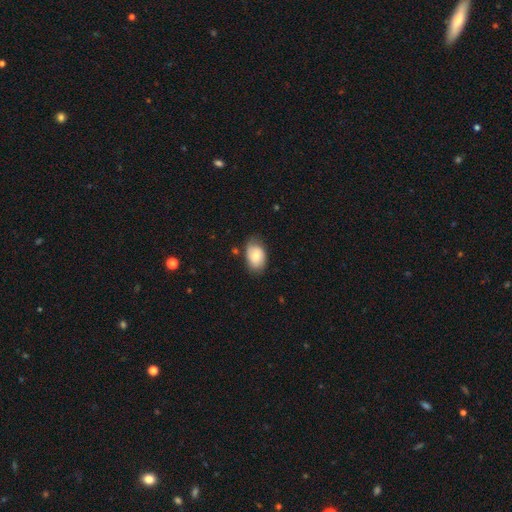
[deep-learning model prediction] A smooth galaxy with no disk features (73%) that is in between round and cigar-shaped (86%). Merging: none (69%).